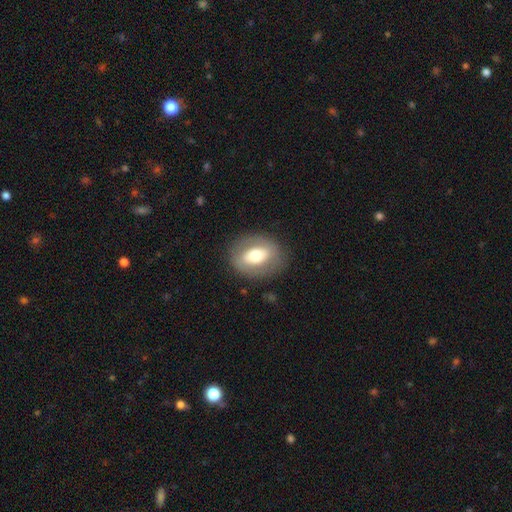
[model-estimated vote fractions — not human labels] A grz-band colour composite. It shows a smooth galaxy with no disk features (50%) that is in between round and cigar-shaped (69%). Merging: none (80%).